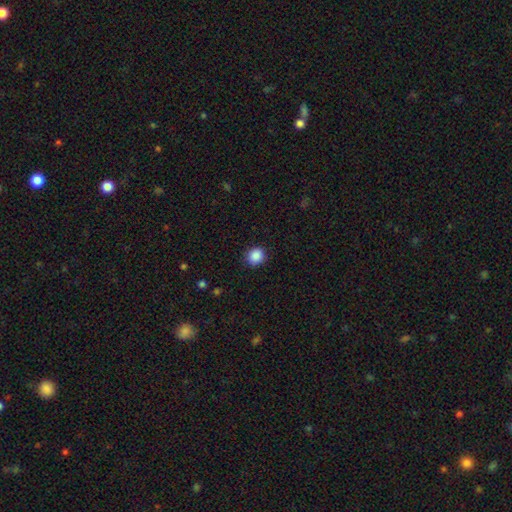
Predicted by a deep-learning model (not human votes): Smooth or featured? Predicted: smooth (p=0.88). How rounded? Predicted: round (p=0.81). Merging? Predicted: none (p=0.86).